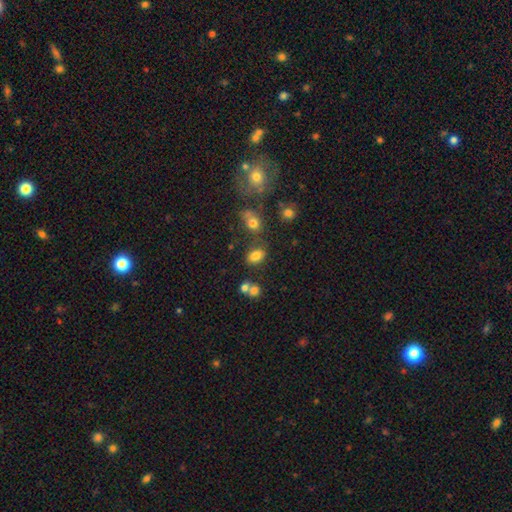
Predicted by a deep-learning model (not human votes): This appears to be a smooth galaxy with no disk features (79%) that is in between round and cigar-shaped (78%). Merging: none (67%).